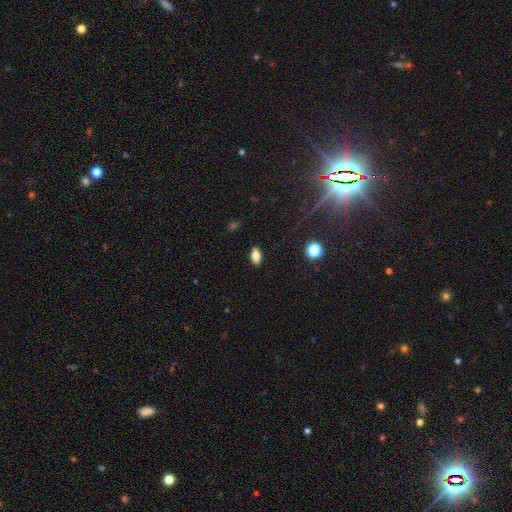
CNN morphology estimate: smooth-or-featured: smooth: 81% | star or artifact: 11% | featured or disk: 8%
  how-rounded: in between: 88% | cigar-shaped: 7% | round: 5%
  merging: none: 89% | minor disturbance: 8% | major disturbance: 2% | merger: 1%